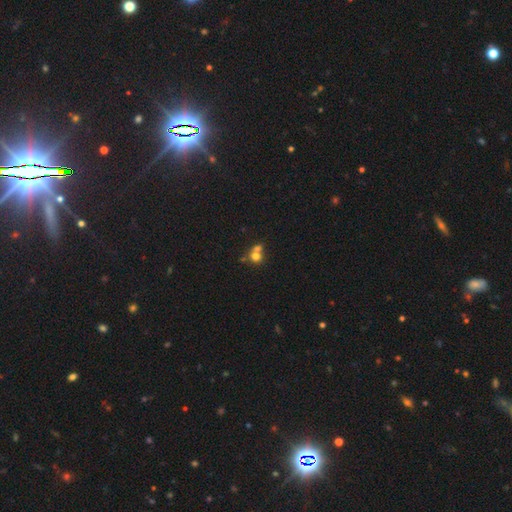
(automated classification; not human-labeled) A smooth galaxy with no disk features (70%) that is round (83%). Merging: merger (52%).